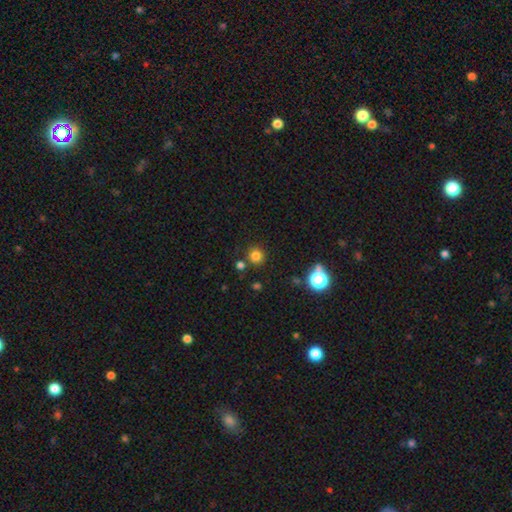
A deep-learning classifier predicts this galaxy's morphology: smooth_or_featured: smooth (p=0.78) [alt: star or artifact p=0.17]
how_rounded: round (p=0.93) [alt: in between p=0.06]
merging: none (p=0.82) [alt: merger p=0.08]